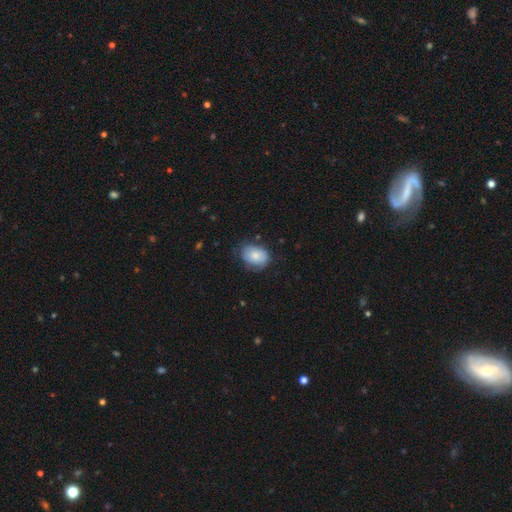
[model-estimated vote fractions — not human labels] smooth_or_featured: smooth (p=0.79) [alt: featured or disk p=0.14]
how_rounded: in between (p=0.72) [alt: round p=0.27]
merging: none (p=0.67) [alt: minor disturbance p=0.25]